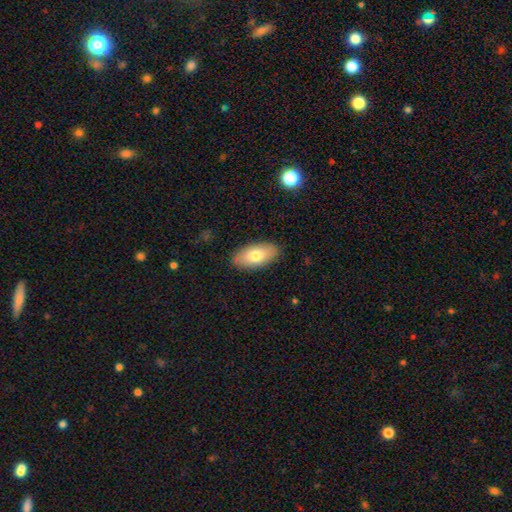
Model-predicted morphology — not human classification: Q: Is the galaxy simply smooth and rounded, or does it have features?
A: smooth — 76%.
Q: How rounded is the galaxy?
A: in between — 91%.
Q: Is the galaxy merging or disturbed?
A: none — 88%.